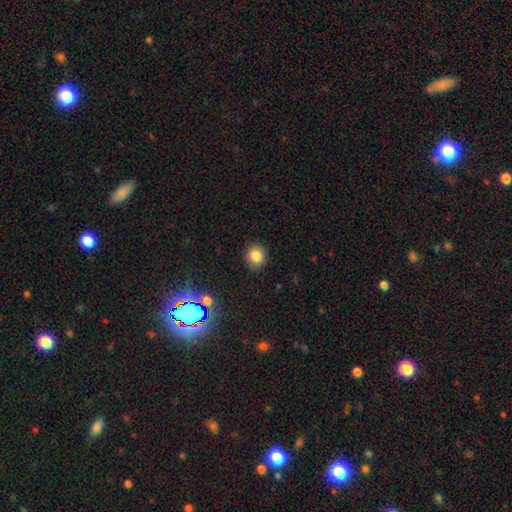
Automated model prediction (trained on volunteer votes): Smooth or featured? Predicted: smooth (p=0.82). How rounded? Predicted: round (p=0.85). Merging? Predicted: none (p=0.90).